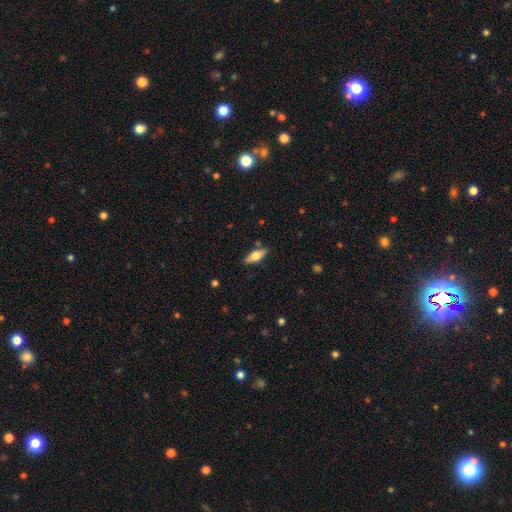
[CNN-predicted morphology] Overall: smooth (59%; featured or disk 34%). How rounded: in between (69%). Merging: none (82%).